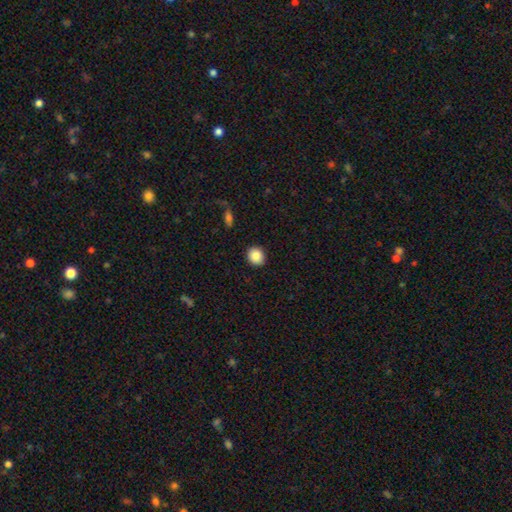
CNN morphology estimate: The model was most divided on "how rounded": round: 74%, in between: 25%, cigar-shaped: 1%. More confident: merging — none (91%); smooth or featured — smooth (86%).